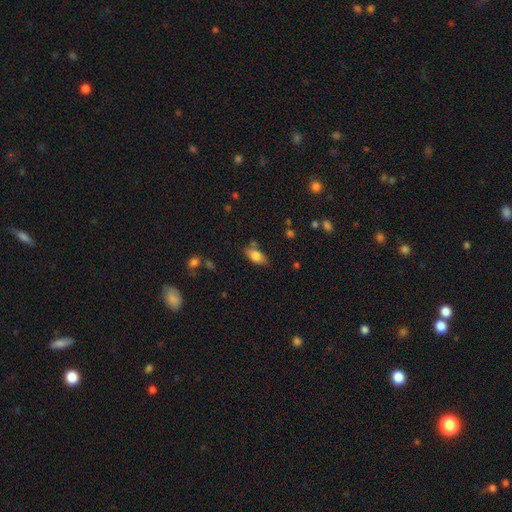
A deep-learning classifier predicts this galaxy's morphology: This appears to be a smooth galaxy with no disk features (78%) that is in between round and cigar-shaped (87%). Merging: none (68%).